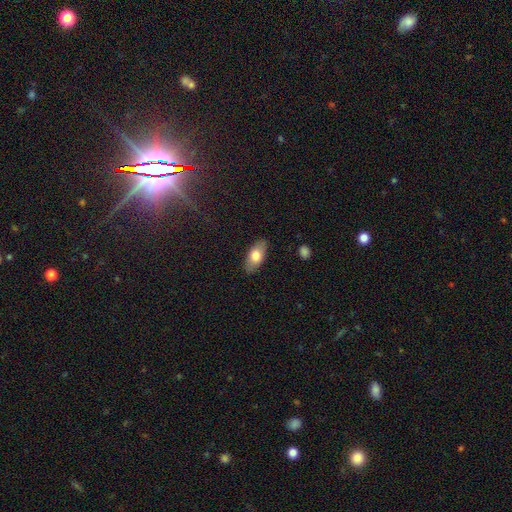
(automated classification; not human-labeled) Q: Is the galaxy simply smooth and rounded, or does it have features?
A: smooth — 73%.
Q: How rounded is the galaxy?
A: in between — 89%.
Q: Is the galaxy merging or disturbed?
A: none — 86%.